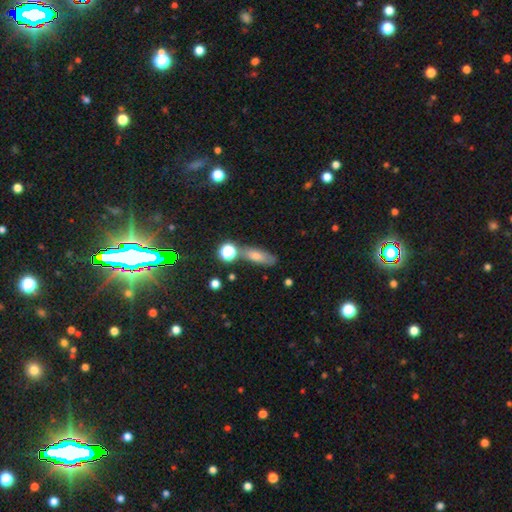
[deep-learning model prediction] Morphology: type=smooth (60%); roundness=in between (52%); merging=none (69%).